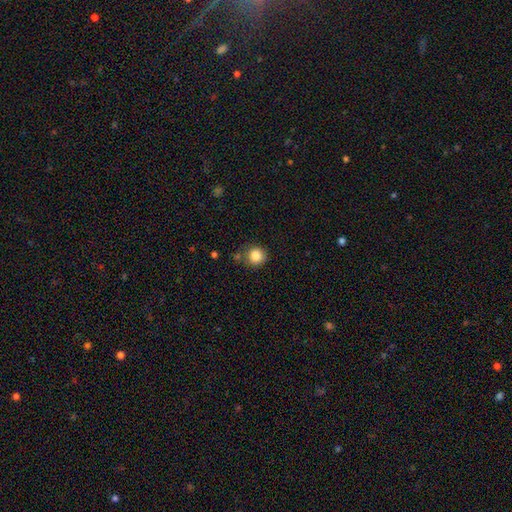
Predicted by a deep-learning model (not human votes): Smooth or featured? Predicted: smooth (p=0.87). How rounded? Predicted: round (p=0.89). Merging? Predicted: none (p=0.70).